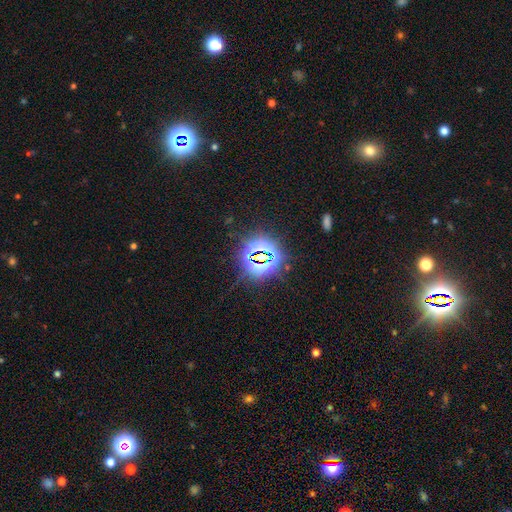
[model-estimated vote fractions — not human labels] This appears to be a star or artifact, not a galaxy (80%).